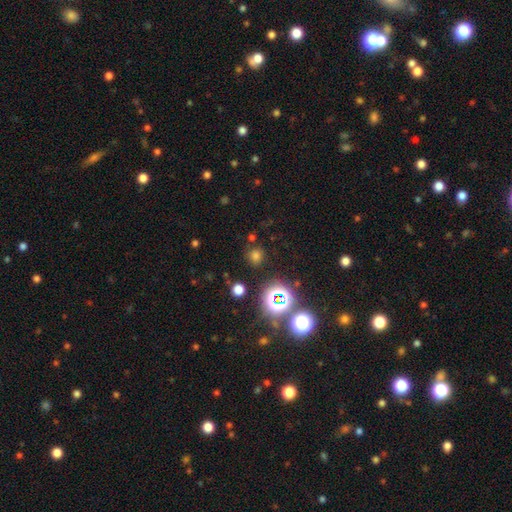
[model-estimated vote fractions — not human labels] smooth_or_featured: smooth (p=0.63) [alt: star or artifact p=0.30]
how_rounded: round (p=0.86) [alt: in between p=0.13]
merging: none (p=0.83) [alt: minor disturbance p=0.09]